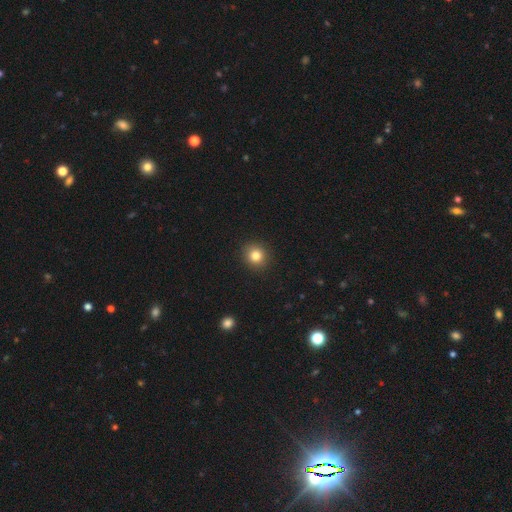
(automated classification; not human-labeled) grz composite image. It shows a smooth galaxy with no disk features (83%) that is round (88%). Merging: none (91%).